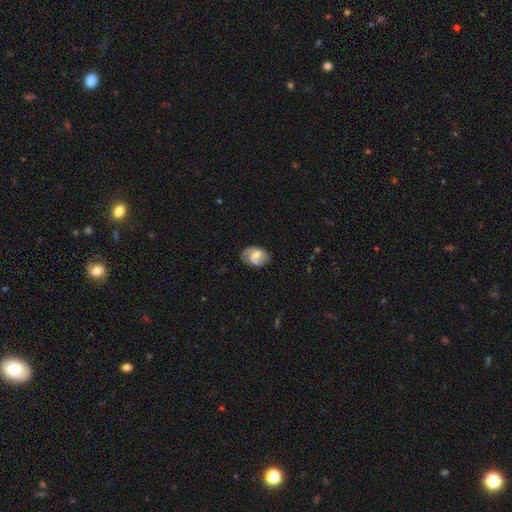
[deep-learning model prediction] Smooth or featured? featured or disk (61%)
Edge-on disk? no (97%)
Bar? weak (47%)
Spiral arms? yes (85%)
Bulge size? moderate (40%)
Merging? none (63%)